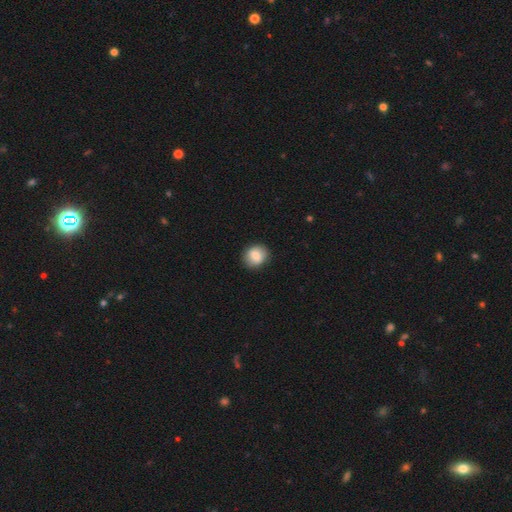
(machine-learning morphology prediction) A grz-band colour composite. It shows a smooth galaxy with no disk features (83%) that is round (75%). Merging: none (86%).